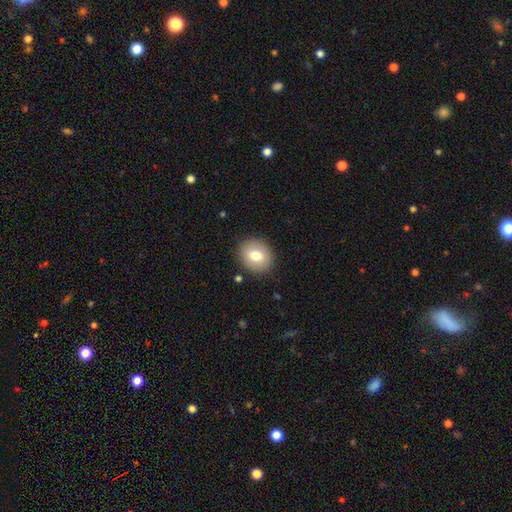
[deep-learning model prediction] Smooth or featured? smooth (76%)
How rounded? round (69%)
Merging? none (88%)